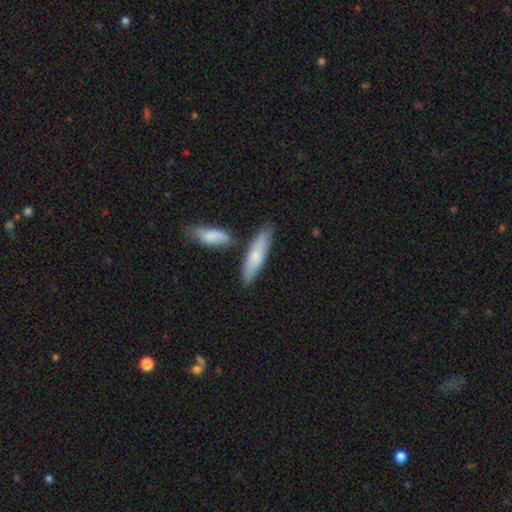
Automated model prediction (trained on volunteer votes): A smooth galaxy with no disk features (72%) that is cigar-shaped (68%).

Vote fractions:
- Smooth or featured? smooth: 72% / featured or disk: 23% / star or artifact: 5%
- How rounded? cigar-shaped: 68% / in between: 30% / round: 2%
- Merging? none: 73% / minor disturbance: 13% / merger: 12% / major disturbance: 3%